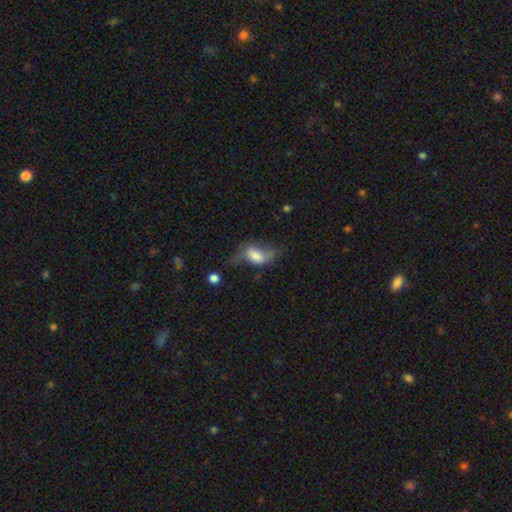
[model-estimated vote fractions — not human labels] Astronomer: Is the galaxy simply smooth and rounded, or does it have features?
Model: smooth — 56% (runner-up: featured or disk, 36%).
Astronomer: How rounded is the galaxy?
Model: in between — 88%.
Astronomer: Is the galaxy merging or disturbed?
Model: major disturbance — 34% (runner-up: minor disturbance, 31%).